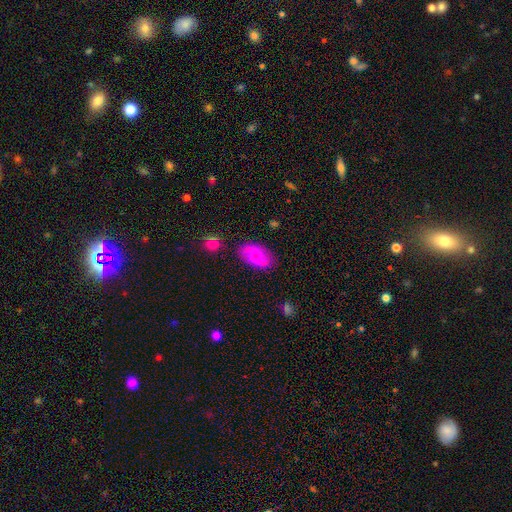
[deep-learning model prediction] Q: Smooth or featured?
A: featured or disk (55%); runner-up: smooth (39%)
Q: Edge-on disk?
A: no (94%); runner-up: yes (6%)
Q: Bar?
A: no (50%); runner-up: weak (40%)
Q: Spiral arms?
A: yes (82%); runner-up: no (18%)
Q: Bulge size?
A: moderate (65%); runner-up: small (29%)
Q: Merging?
A: none (83%); runner-up: minor disturbance (12%)